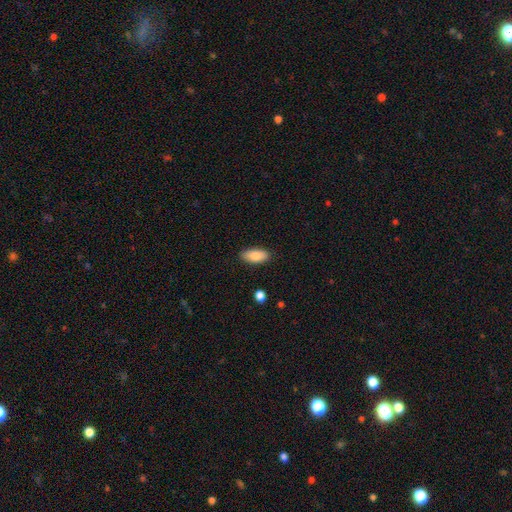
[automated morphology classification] smooth_or_featured: smooth (p=0.85) [alt: featured or disk p=0.08]
how_rounded: in between (p=0.88) [alt: cigar-shaped p=0.10]
merging: none (p=0.87) [alt: minor disturbance p=0.10]